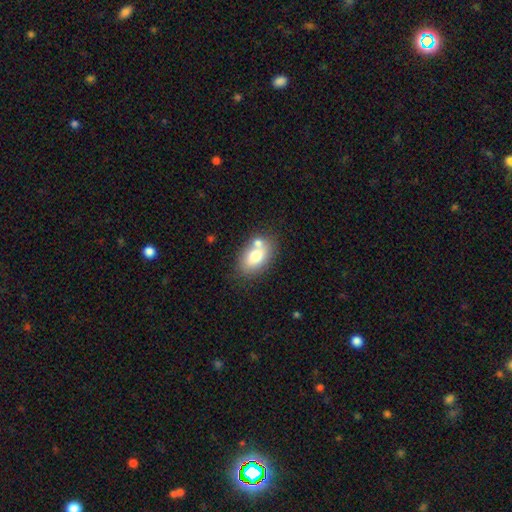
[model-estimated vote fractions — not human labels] Smooth or featured? smooth (73%)
How rounded? in between (86%)
Merging? none (57%)